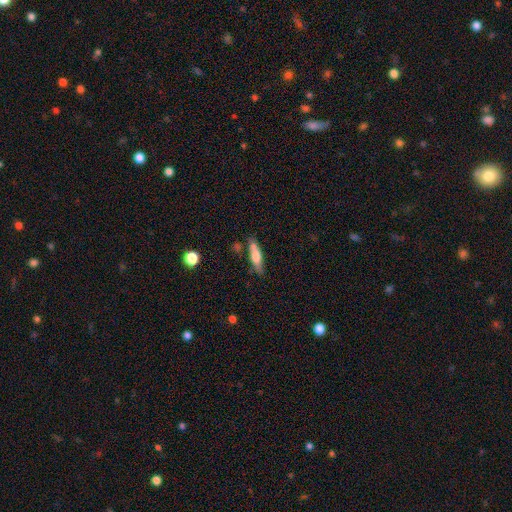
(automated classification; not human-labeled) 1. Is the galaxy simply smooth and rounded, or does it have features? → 59% smooth, 34% featured or disk, 7% star or artifact.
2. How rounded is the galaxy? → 68% cigar-shaped, 30% in between, 3% round.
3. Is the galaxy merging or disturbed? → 64% none, 17% minor disturbance, 14% merger, 5% major disturbance.